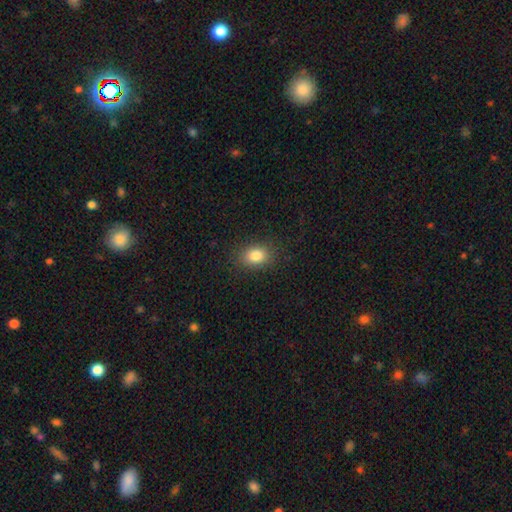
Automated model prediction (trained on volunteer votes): This is clearly a smooth galaxy (83%). How rounded: likely in between (68%). Merging: clearly none (87%).